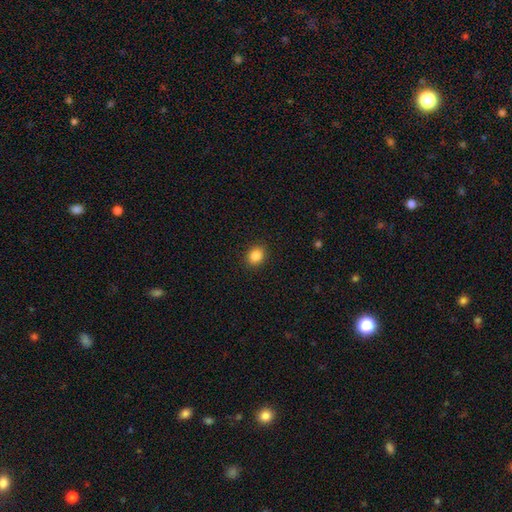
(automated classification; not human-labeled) The model was most divided on "how rounded": round: 59%, in between: 40%, cigar-shaped: 1%. More confident: merging — none (91%); smooth or featured — smooth (86%).